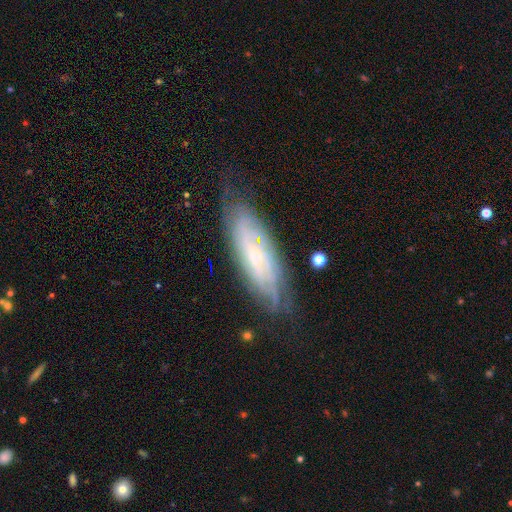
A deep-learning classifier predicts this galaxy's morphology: This appears to be a featured or disk galaxy (74%) with no bar (64%), tight (72%) spiral arms (89%) and a small central bulge (72%). Merging: none (70%).